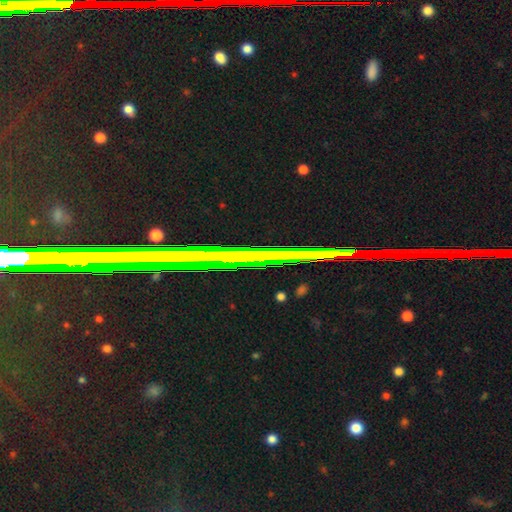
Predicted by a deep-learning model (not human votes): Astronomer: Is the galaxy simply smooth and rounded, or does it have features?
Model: star or artifact — 79%.